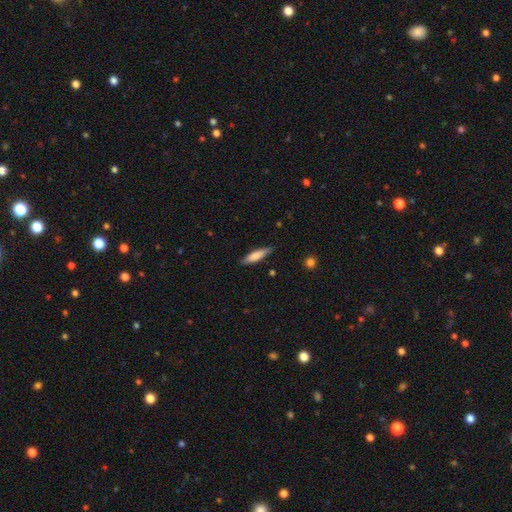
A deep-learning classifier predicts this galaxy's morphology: Smooth or featured? Predicted: smooth (p=0.74). How rounded? Predicted: cigar-shaped (p=0.77). Merging? Predicted: none (p=0.84).